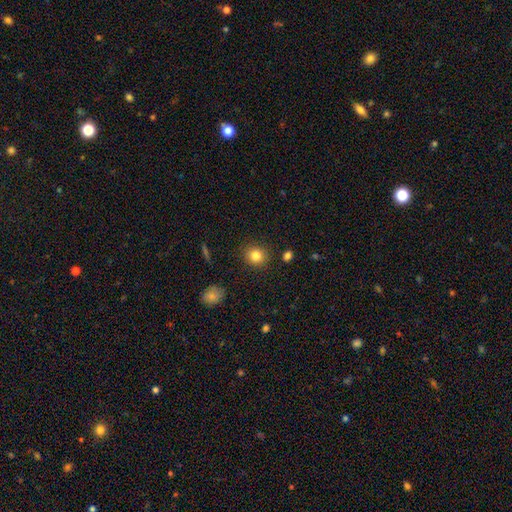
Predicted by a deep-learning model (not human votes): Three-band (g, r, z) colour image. It shows a smooth galaxy with no disk features (84%) that is round (86%). Merging: none (88%).